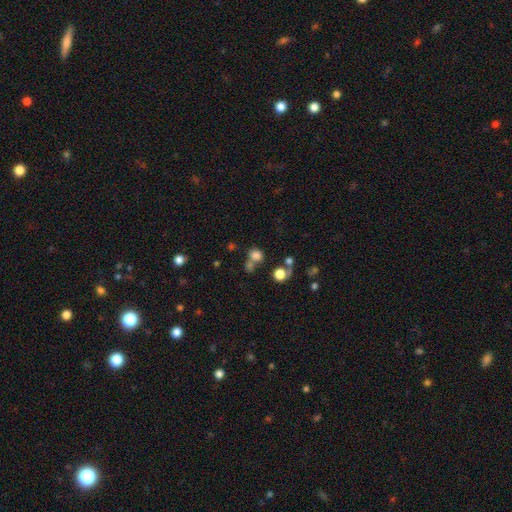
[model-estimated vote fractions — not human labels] Smooth or featured?
  - smooth: 77% *
  - star or artifact: 16%
  - featured or disk: 8%
How rounded?
  - round: 73% *
  - in between: 26%
  - cigar-shaped: 1%
Merging?
  - none: 50% *
  - merger: 32%
  - minor disturbance: 11%
  - major disturbance: 7%